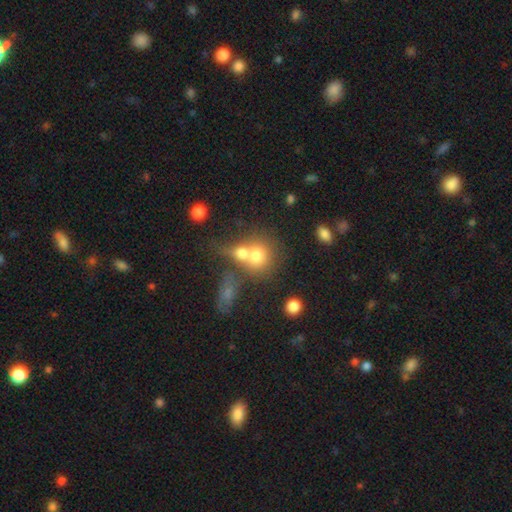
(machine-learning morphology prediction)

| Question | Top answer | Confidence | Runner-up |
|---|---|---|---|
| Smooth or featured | smooth | 70% | featured or disk (17%) |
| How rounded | round | 74% | in between (25%) |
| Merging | merger | 59% | none (29%) |